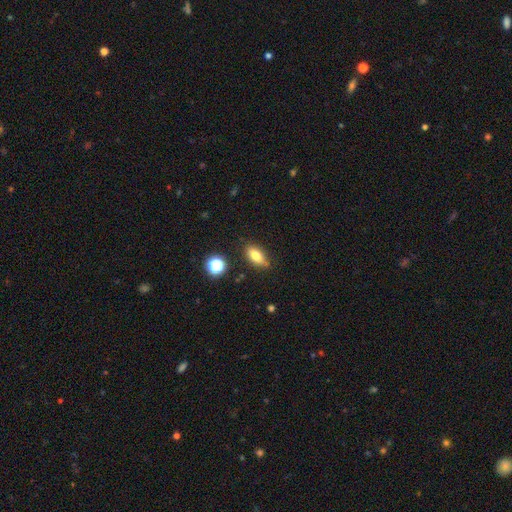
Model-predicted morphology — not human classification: Overall: smooth (76%). How rounded: in between (81%). Merging: none (81%).